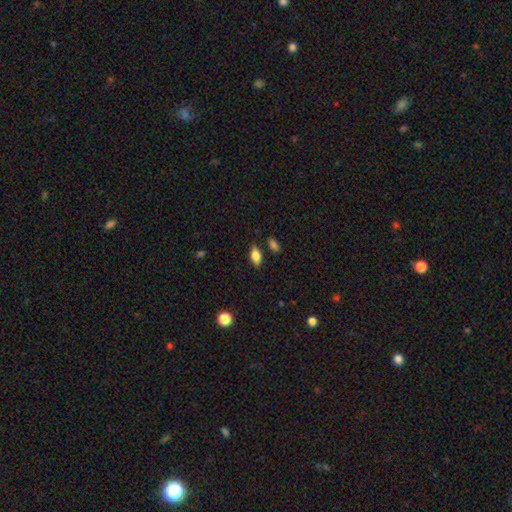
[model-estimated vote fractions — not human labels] The model was most divided on "smooth or featured": smooth: 81%, featured or disk: 10%, star or artifact: 8%. More confident: how rounded — in between (89%); merging — none (82%).